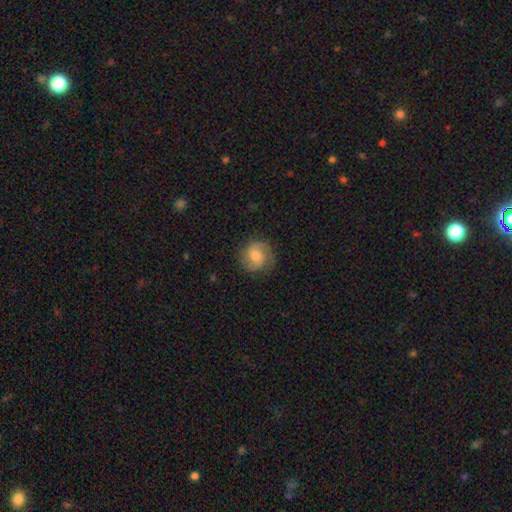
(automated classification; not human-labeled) smooth_or_featured: featured or disk (p=0.48) [alt: smooth p=0.44]
merging: none (p=0.79) [alt: minor disturbance p=0.15]